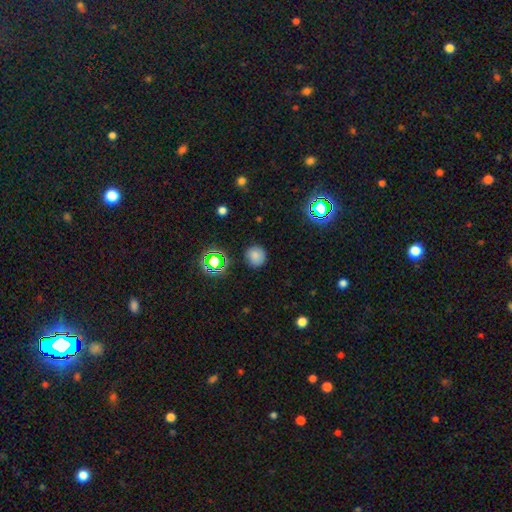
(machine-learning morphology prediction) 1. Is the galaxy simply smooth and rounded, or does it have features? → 76% smooth, 18% star or artifact, 7% featured or disk.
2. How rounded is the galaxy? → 92% round, 7% in between, 1% cigar-shaped.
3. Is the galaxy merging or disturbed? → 86% none, 10% minor disturbance, 3% major disturbance, 2% merger.